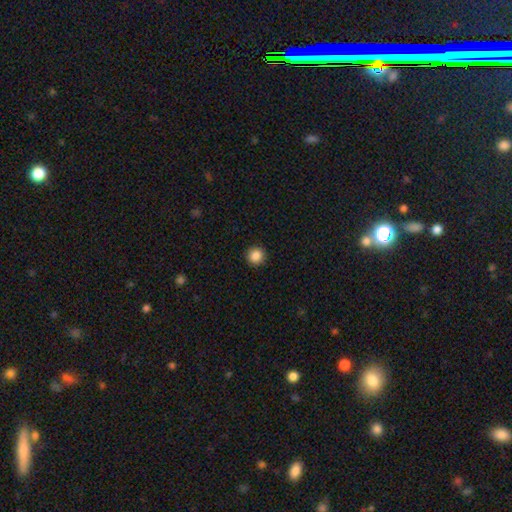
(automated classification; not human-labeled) smooth_or_featured: smooth (p=0.87) [alt: star or artifact p=0.10]
how_rounded: round (p=0.93) [alt: in between p=0.06]
merging: none (p=0.92) [alt: minor disturbance p=0.05]